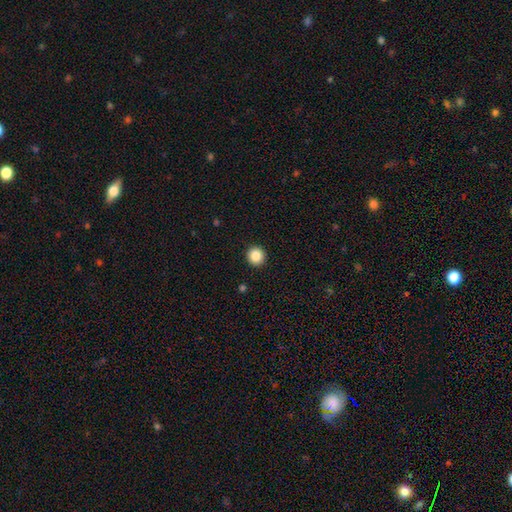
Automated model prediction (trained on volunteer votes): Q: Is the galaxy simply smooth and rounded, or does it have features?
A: smooth — 86%.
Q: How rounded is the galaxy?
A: round — 95%.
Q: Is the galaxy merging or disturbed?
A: none — 93%.